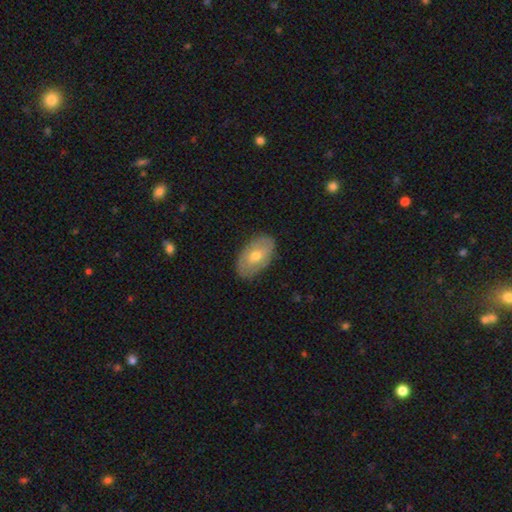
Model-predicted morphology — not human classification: This is possibly a smooth galaxy (58%). How rounded: clearly in between (92%). Merging: clearly none (83%).